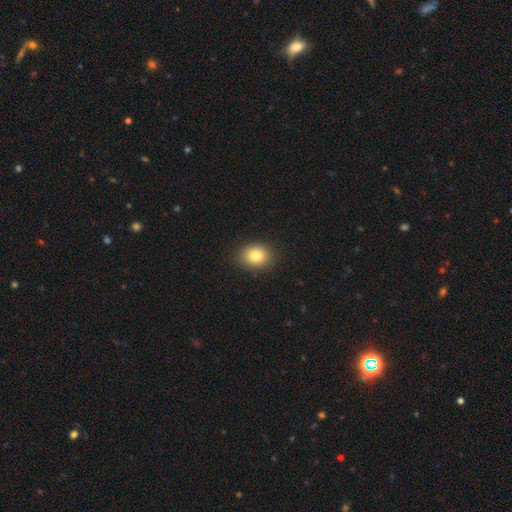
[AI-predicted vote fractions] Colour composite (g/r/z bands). It shows a smooth galaxy with no disk features (81%) that is in between round and cigar-shaped (53%). Merging: none (88%).